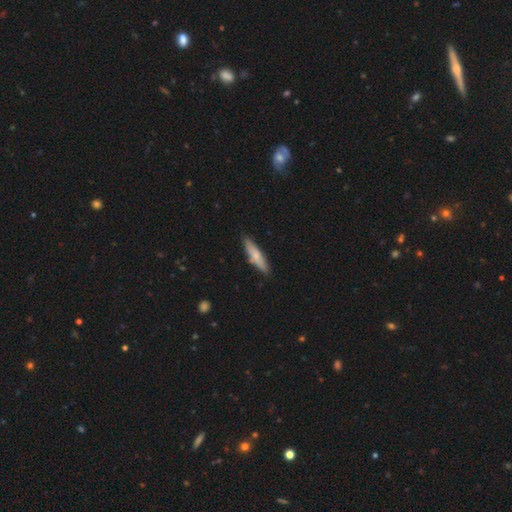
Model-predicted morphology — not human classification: type=smooth (68%); roundness=cigar-shaped (79%); merging=none (85%).